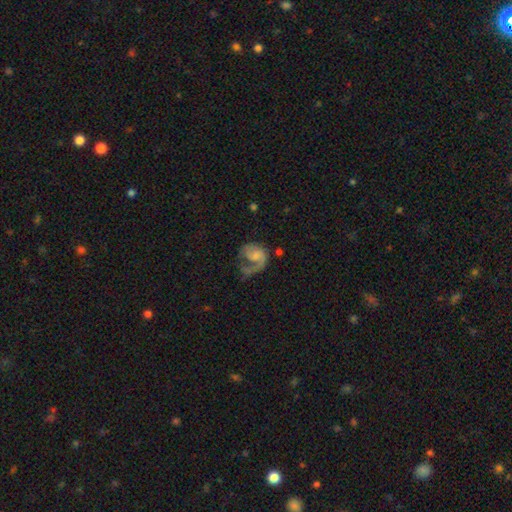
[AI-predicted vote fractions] Smooth or featured? featured or disk (66%)
Edge-on disk? no (98%)
Bar? no (66%)
Spiral arms? yes (84%)
Spiral winding? medium (39%)
Spiral arm count? 1 (72%)
Bulge size? small (40%)
Merging? major disturbance (46%)